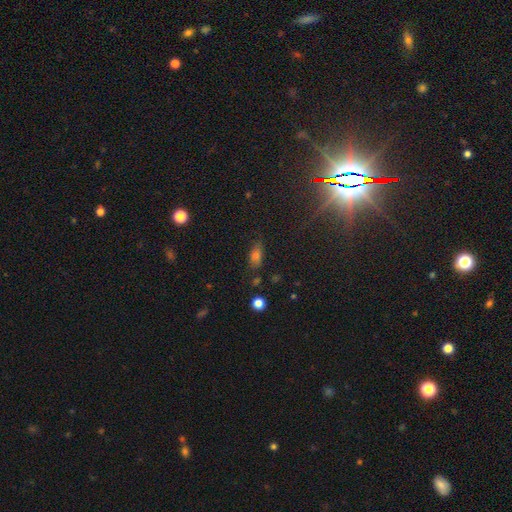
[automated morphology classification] Q: Smooth or featured?
A: smooth (62%); runner-up: star or artifact (26%)
Q: How rounded?
A: in between (77%); runner-up: cigar-shaped (13%)
Q: Merging?
A: none (74%); runner-up: minor disturbance (17%)